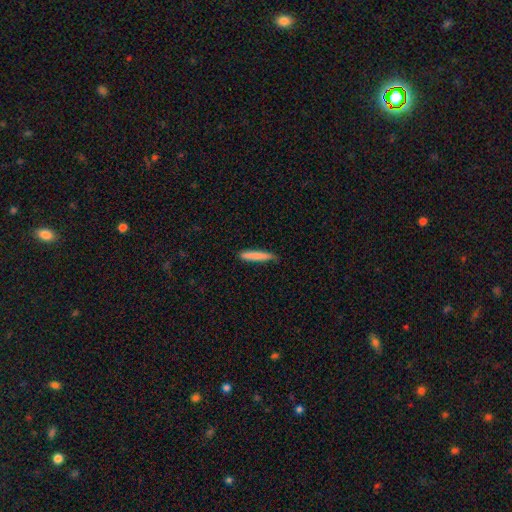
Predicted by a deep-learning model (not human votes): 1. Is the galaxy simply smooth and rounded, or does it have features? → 80% smooth, 14% featured or disk, 6% star or artifact.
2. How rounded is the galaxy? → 94% cigar-shaped, 5% in between, 1% round.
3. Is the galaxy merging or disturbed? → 81% none, 15% minor disturbance, 2% major disturbance, 1% merger.